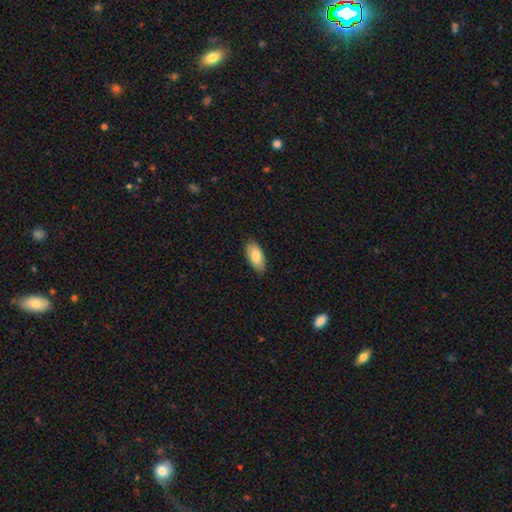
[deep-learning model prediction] This appears to be a smooth galaxy with no disk features (82%) that is in between round and cigar-shaped (92%). Merging: none (86%).